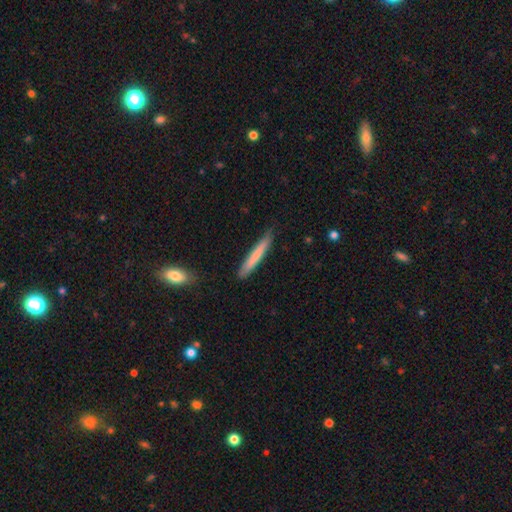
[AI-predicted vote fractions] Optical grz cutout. It shows a smooth galaxy with no disk features (72%) that is cigar-shaped (96%). Merging: none (86%).